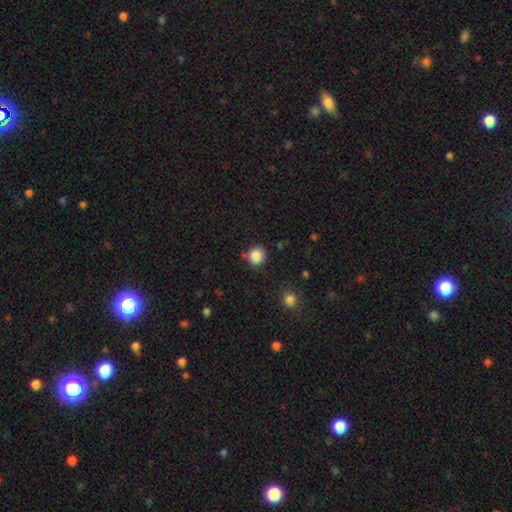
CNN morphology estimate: A smooth galaxy with no disk features (87%) that is round (83%).

Vote fractions:
- Smooth or featured? smooth: 87% / star or artifact: 10% / featured or disk: 4%
- How rounded? round: 83% / in between: 16% / cigar-shaped: 1%
- Merging? none: 81% / minor disturbance: 11% / merger: 5% / major disturbance: 3%